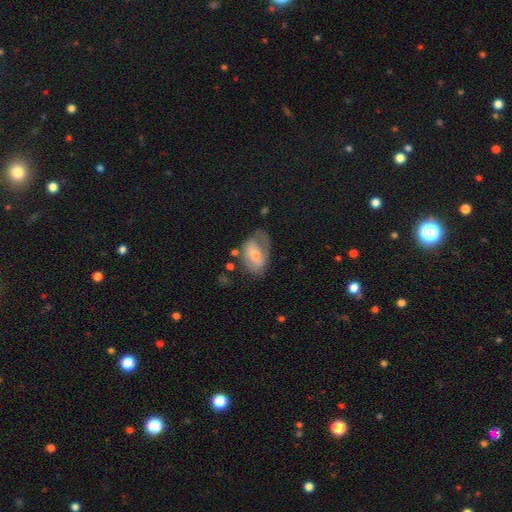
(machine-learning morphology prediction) type=featured or disk (54%); edge-on=no (94%); bar=no (42%); spiral arms=yes (65%); bulge=moderate (57%); merging=none (45%).